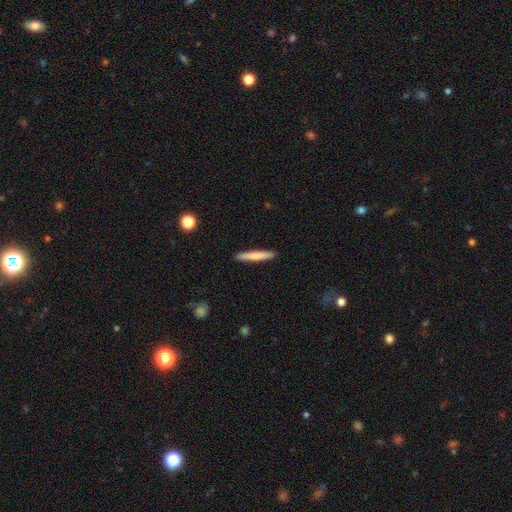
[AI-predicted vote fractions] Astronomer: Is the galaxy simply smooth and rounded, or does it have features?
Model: smooth — 74%.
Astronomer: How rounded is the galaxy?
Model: cigar-shaped — 95%.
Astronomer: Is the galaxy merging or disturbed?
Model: none — 91%.